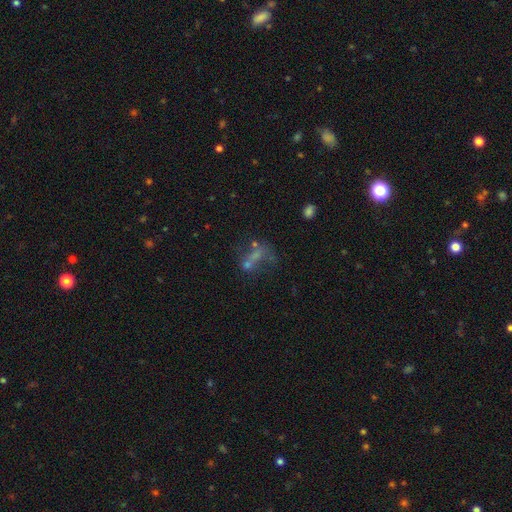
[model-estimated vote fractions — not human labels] Overall: featured or disk (38%; smooth 32%). Merging: none (34%; merger 31%).